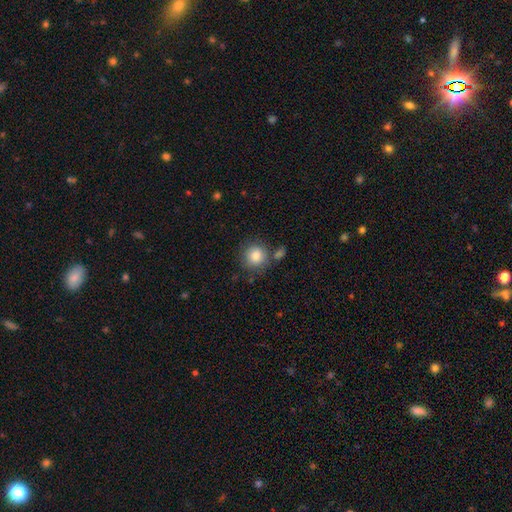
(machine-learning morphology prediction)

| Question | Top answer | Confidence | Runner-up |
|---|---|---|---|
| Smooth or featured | smooth | 84% | star or artifact (8%) |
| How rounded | round | 91% | in between (8%) |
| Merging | none | 72% | minor disturbance (13%) |